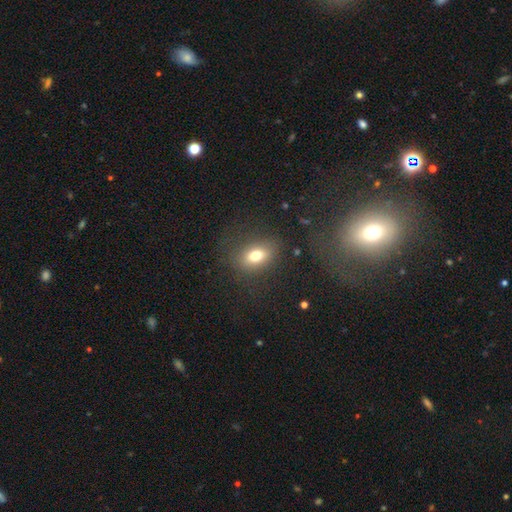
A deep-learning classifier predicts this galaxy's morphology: smooth-or-featured: smooth: 73% | featured or disk: 15% | star or artifact: 12%
  how-rounded: in between: 71% | round: 26% | cigar-shaped: 3%
  merging: none: 75% | minor disturbance: 14% | major disturbance: 10% | merger: 2%